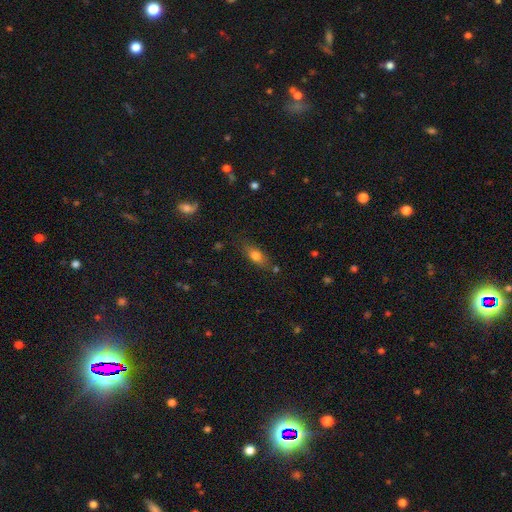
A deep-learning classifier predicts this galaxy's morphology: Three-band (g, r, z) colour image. It shows a smooth galaxy with no disk features (73%) that is in between round and cigar-shaped (74%). Merging: none (73%).